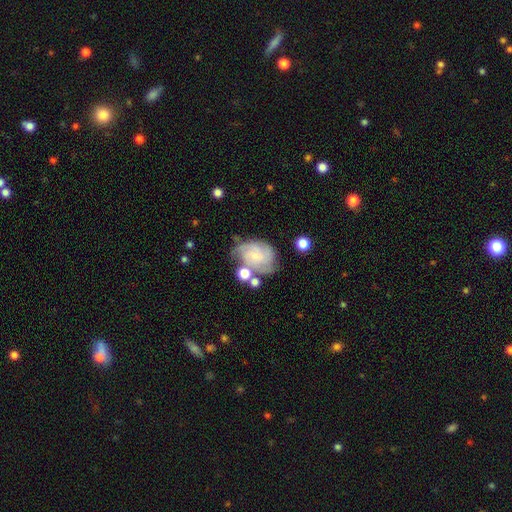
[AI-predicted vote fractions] The model was most divided on "spiral arm count": 3: 31%, can't tell: 29%, 2: 17%, 4: 14%, 1: 5%, more than 4: 5%. More confident: edge-on disk — no (98%); spiral arms — yes (92%); smooth or featured — featured or disk (70%); bulge size — small (70%); bar — no (68%); merging — none (54%); spiral winding — tight (52%).